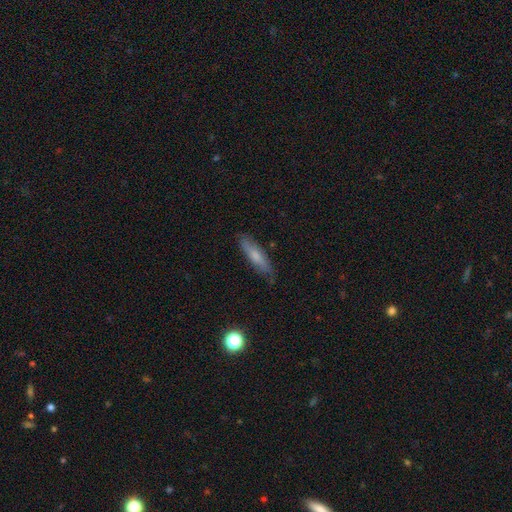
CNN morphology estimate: type=smooth (63%); roundness=cigar-shaped (77%); merging=none (80%).